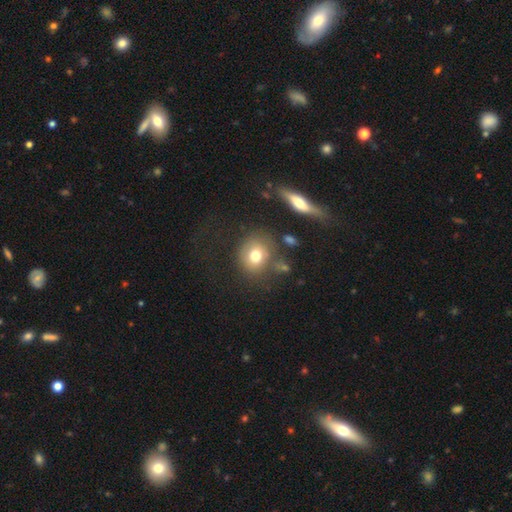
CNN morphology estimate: Q: Smooth or featured?
A: smooth (74%); runner-up: featured or disk (16%)
Q: How rounded?
A: round (74%); runner-up: in between (25%)
Q: Merging?
A: none (68%); runner-up: minor disturbance (16%)